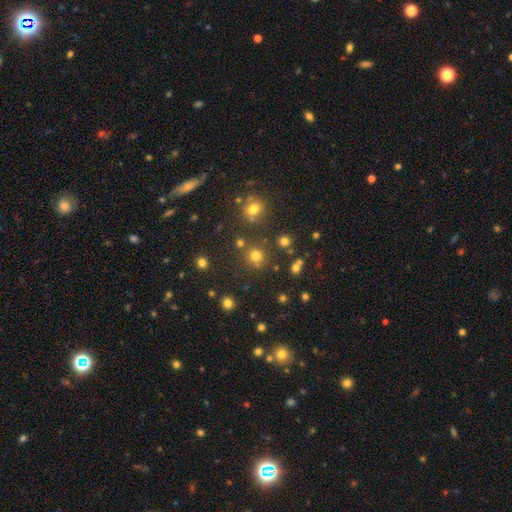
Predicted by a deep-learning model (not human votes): smooth_or_featured: smooth (p=0.74) [alt: star or artifact p=0.20]
how_rounded: round (p=0.91) [alt: in between p=0.08]
merging: none (p=0.79) [alt: merger p=0.09]